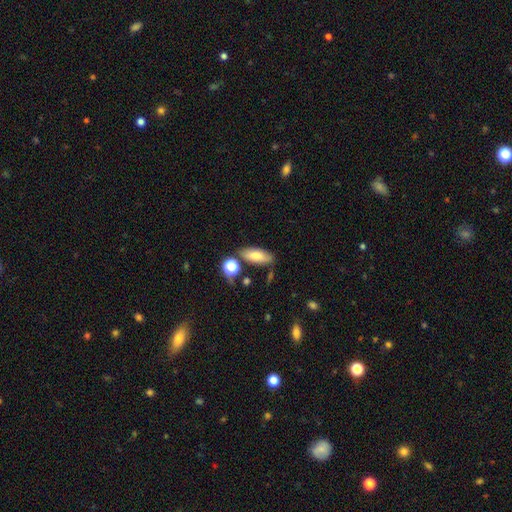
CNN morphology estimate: Smooth or featured?
  - smooth: 73% *
  - featured or disk: 18%
  - star or artifact: 9%
How rounded?
  - in between: 76% *
  - cigar-shaped: 20%
  - round: 4%
Merging?
  - none: 73% *
  - minor disturbance: 15%
  - merger: 8%
  - major disturbance: 4%